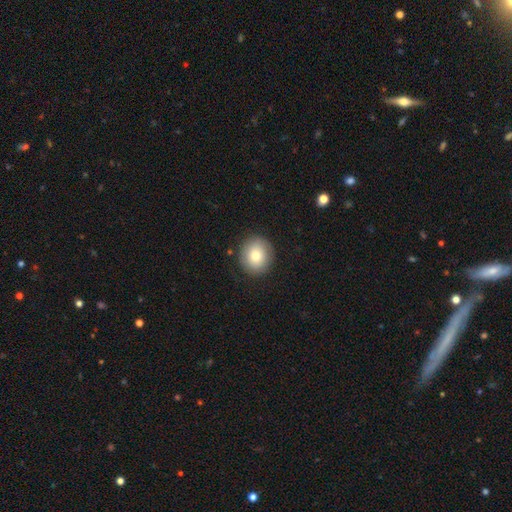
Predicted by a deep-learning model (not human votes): Smooth or featured: smooth — 78% (featured or disk — 13%)
How rounded: round — 85% (in between — 14%)
Merging: none — 88% (minor disturbance — 9%)